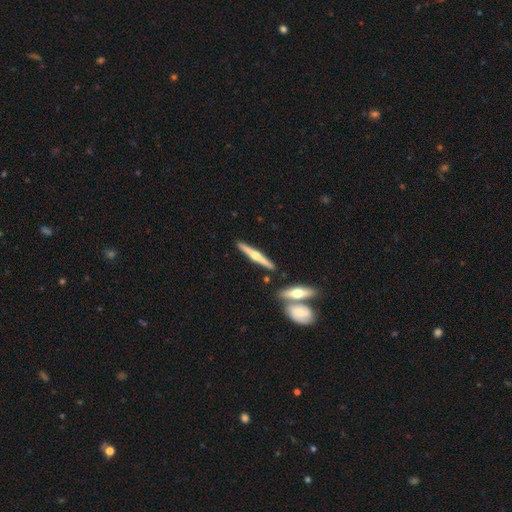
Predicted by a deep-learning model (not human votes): Smooth or featured: featured or disk — 70% (smooth — 25%)
Edge-on disk: yes — 98% (no — 2%)
Edge-on bulge: rounded — 92% (boxy — 4%)
Merging: none — 87% (minor disturbance — 6%)